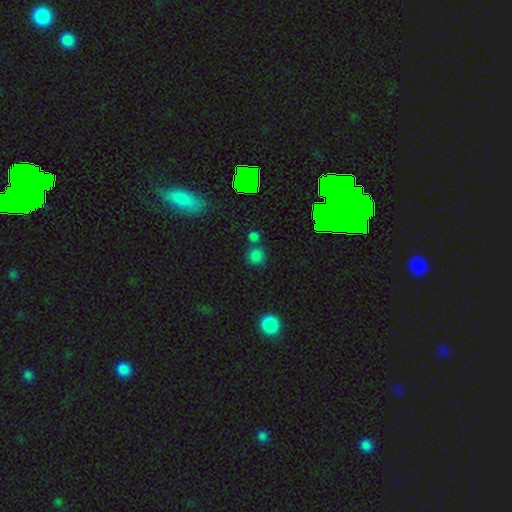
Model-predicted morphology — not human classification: Smooth or featured?
  - smooth: 68% *
  - star or artifact: 25%
  - featured or disk: 7%
How rounded?
  - round: 92% *
  - in between: 7%
  - cigar-shaped: 1%
Merging?
  - none: 72% *
  - merger: 15%
  - minor disturbance: 9%
  - major disturbance: 4%